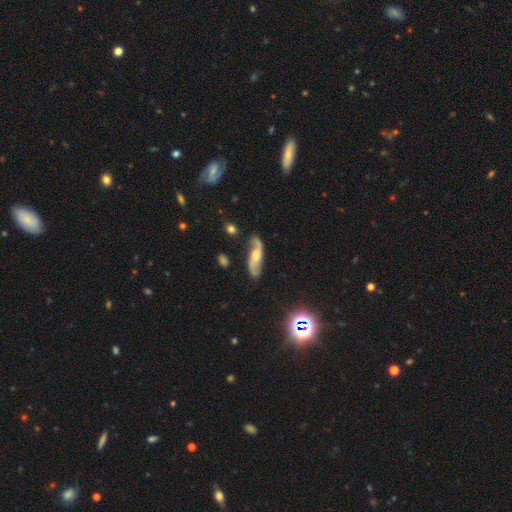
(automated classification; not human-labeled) smooth-or-featured: featured or disk: 71% | smooth: 22% | star or artifact: 7%
  disk-edge-on: no: 82% | yes: 18%
    bar: no: 52% | weak: 37% | strong: 11%
    has-spiral-arms: yes: 93% | no: 7%
      spiral-winding: loose: 61% | medium: 30% | tight: 9%
      spiral-arm-count: 2: 89% | can't tell: 5% | 1: 3% | 3: 1% | 4: 1% | more than 4: 1%
    bulge-size: moderate: 49% | small: 21% | large: 18% | none: 10% | dominant: 2%
  merging: none: 69% | minor disturbance: 20% | major disturbance: 7% | merger: 4%